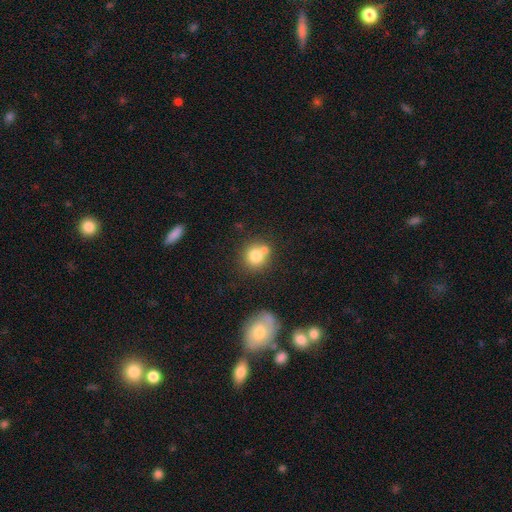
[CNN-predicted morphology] Smooth or featured: smooth — 78% (featured or disk — 12%)
How rounded: round — 87% (in between — 12%)
Merging: none — 57% (merger — 29%)